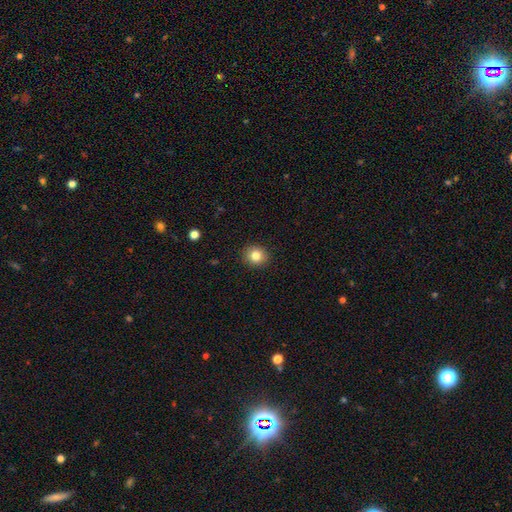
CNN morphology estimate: Smooth or featured? smooth (82%)
How rounded? round (81%)
Merging? none (91%)